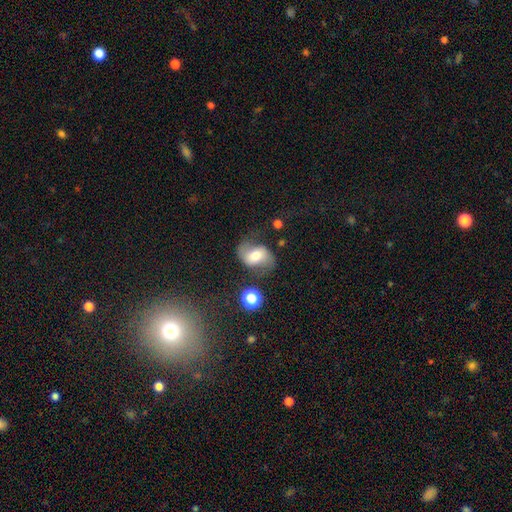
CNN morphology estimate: Smooth or featured? Predicted: featured or disk (p=0.57). Edge-on disk? Predicted: no (p=0.96). Bar? Predicted: no (p=0.41). Spiral arms? Predicted: yes (p=0.85). Bulge size? Predicted: moderate (p=0.61). Merging? Predicted: none (p=0.60).